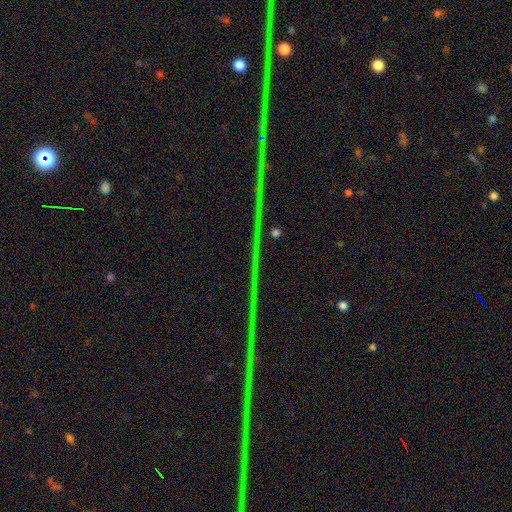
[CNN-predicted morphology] A star or artifact, not a galaxy (88%).

Vote fractions:
- Smooth or featured? star or artifact: 88% / featured or disk: 7% / smooth: 5%